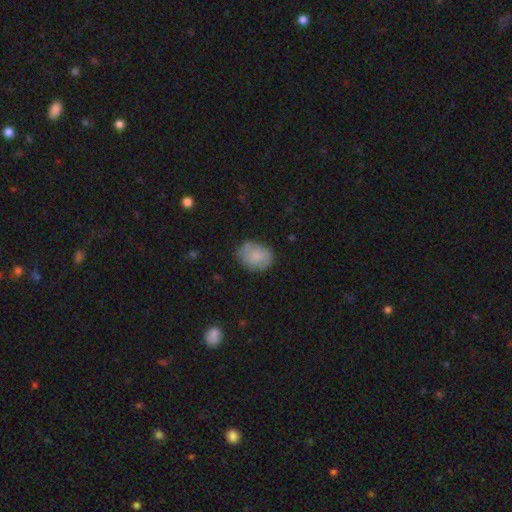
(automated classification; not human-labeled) smooth-or-featured: smooth: 55% | featured or disk: 38% | star or artifact: 8%
  how-rounded: in between: 56% | round: 42% | cigar-shaped: 1%
  merging: none: 76% | minor disturbance: 18% | major disturbance: 5% | merger: 1%